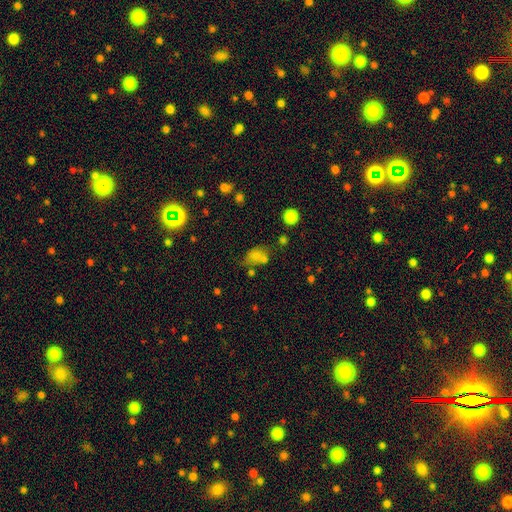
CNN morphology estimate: Overall: smooth (70%). How rounded: in between (72%). Merging: none (42%; minor disturbance 23%).